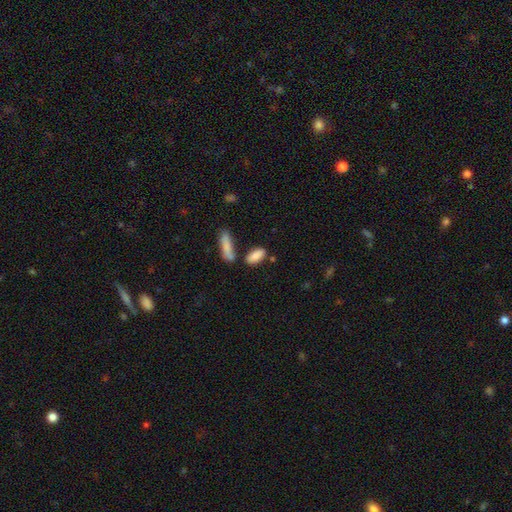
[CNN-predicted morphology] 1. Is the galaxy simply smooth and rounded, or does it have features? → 85% smooth, 8% featured or disk, 7% star or artifact.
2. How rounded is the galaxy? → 78% in between, 19% cigar-shaped, 3% round.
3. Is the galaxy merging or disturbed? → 64% none, 19% merger, 14% minor disturbance, 4% major disturbance.